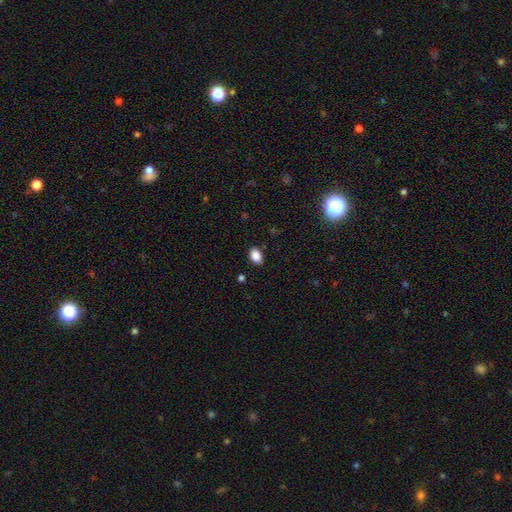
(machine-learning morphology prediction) Smooth or featured: smooth — 88% (star or artifact — 8%)
How rounded: in between — 85% (round — 14%)
Merging: none — 86% (minor disturbance — 10%)